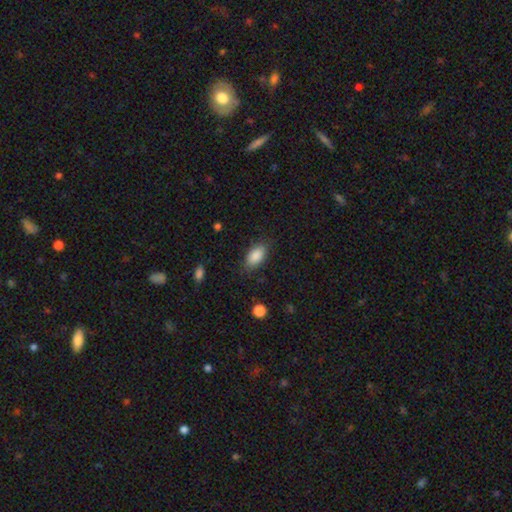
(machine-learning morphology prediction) Smooth or featured? Predicted: smooth (p=0.87). How rounded? Predicted: in between (p=0.91). Merging? Predicted: none (p=0.81).